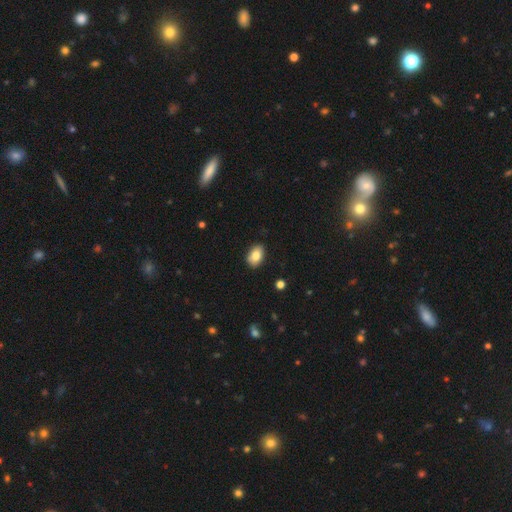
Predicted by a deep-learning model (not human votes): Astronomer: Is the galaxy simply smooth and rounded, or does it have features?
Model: smooth — 82%.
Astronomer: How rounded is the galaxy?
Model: in between — 88%.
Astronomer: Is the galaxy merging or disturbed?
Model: none — 86%.